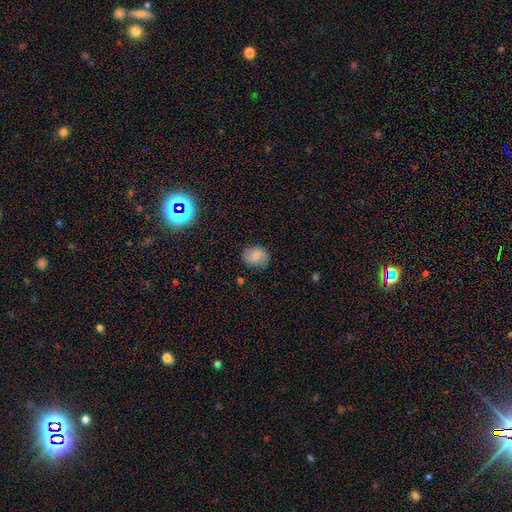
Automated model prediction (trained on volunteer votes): Smooth or featured? smooth (76%)
How rounded? round (60%)
Merging? none (75%)